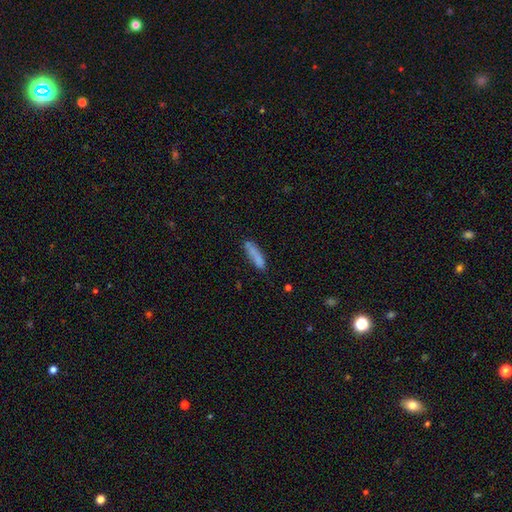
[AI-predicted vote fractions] This is likely a smooth galaxy (79%). How rounded: likely cigar-shaped (79%). Merging: likely none (72%).